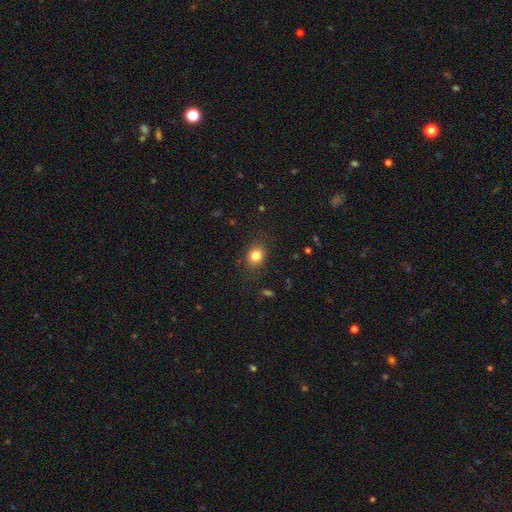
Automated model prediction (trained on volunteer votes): Smooth or featured?
  - smooth: 83% *
  - star or artifact: 11%
  - featured or disk: 6%
How rounded?
  - round: 63% *
  - in between: 36%
  - cigar-shaped: 1%
Merging?
  - none: 84% *
  - minor disturbance: 11%
  - major disturbance: 4%
  - merger: 1%